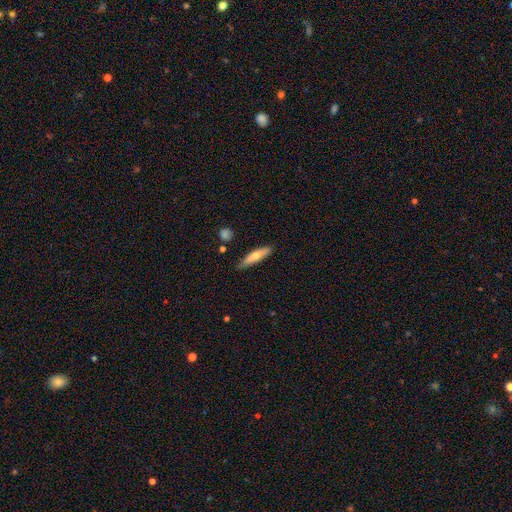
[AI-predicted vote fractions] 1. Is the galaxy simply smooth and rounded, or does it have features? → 61% smooth, 33% featured or disk, 6% star or artifact.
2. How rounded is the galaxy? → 76% cigar-shaped, 22% in between, 2% round.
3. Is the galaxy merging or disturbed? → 79% none, 17% minor disturbance, 3% major disturbance, 2% merger.